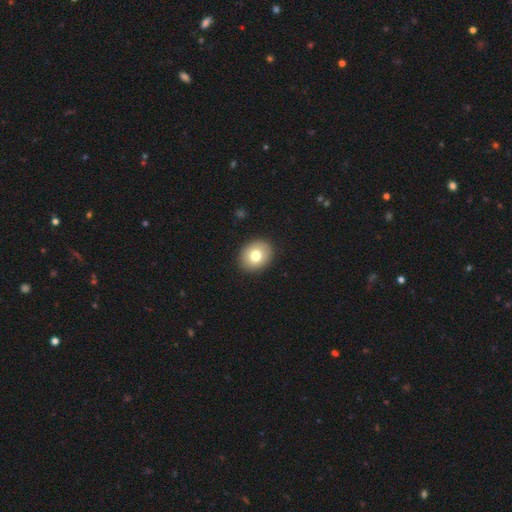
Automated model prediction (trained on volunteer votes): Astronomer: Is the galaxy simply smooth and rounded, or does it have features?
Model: smooth — 77%.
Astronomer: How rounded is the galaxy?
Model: round — 51% (runner-up: in between, 49%).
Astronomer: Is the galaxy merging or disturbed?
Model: none — 91%.